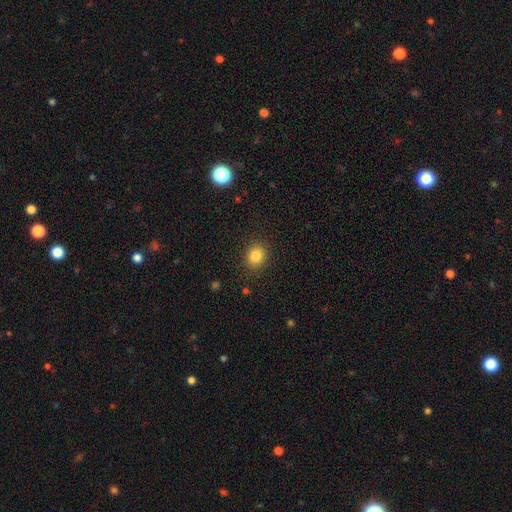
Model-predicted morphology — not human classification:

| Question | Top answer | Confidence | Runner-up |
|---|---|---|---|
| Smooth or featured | smooth | 84% | star or artifact (11%) |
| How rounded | round | 63% | in between (36%) |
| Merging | none | 88% | minor disturbance (8%) |